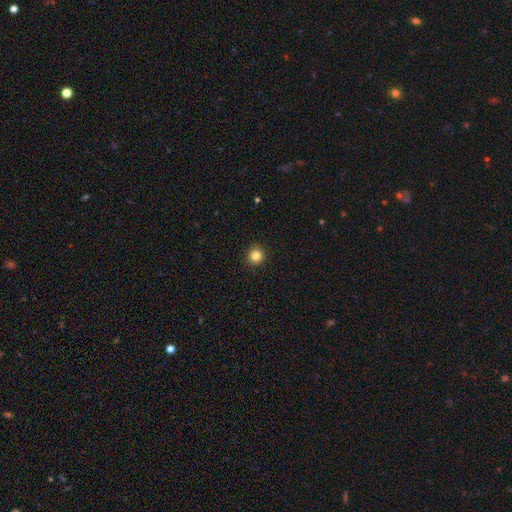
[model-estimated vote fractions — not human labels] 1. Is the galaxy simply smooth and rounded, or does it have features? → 84% smooth, 11% star or artifact, 5% featured or disk.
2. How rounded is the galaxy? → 94% round, 5% in between, 1% cigar-shaped.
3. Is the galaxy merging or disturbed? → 93% none, 5% minor disturbance, 2% major disturbance, 1% merger.